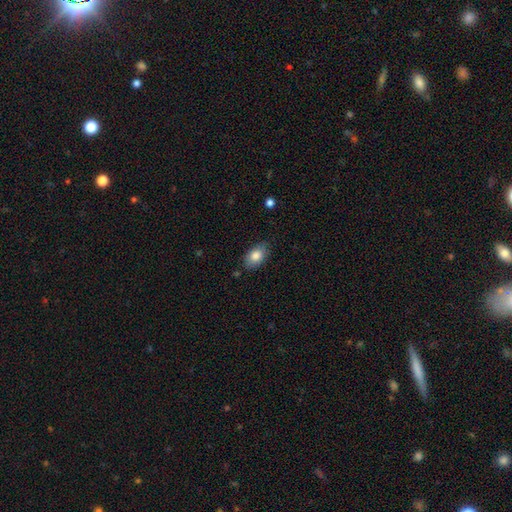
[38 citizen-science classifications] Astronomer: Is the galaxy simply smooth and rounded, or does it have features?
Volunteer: smooth — 87%.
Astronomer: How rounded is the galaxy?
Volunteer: in between — 97%.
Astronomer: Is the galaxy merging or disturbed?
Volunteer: none — 86%.